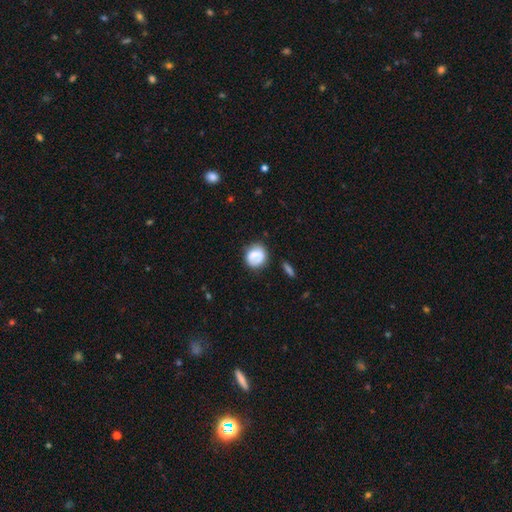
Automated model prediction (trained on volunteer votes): smooth 69%, featured or disk 22%, star or artifact 8%. Down the decision tree: how rounded — round (76%); merging — none (63%).